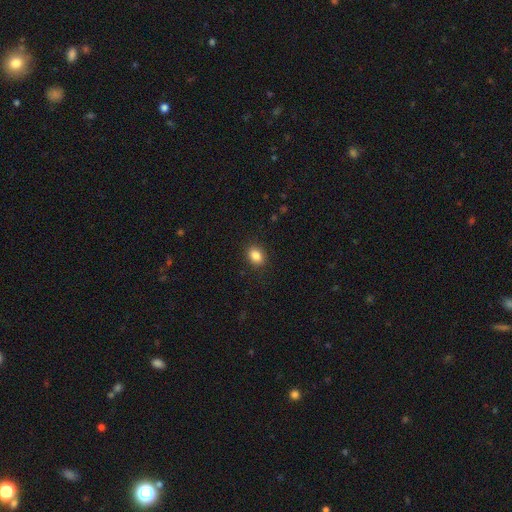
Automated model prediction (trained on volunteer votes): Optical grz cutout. It shows a smooth galaxy with no disk features (86%) that is in between round and cigar-shaped (72%). Merging: none (88%).